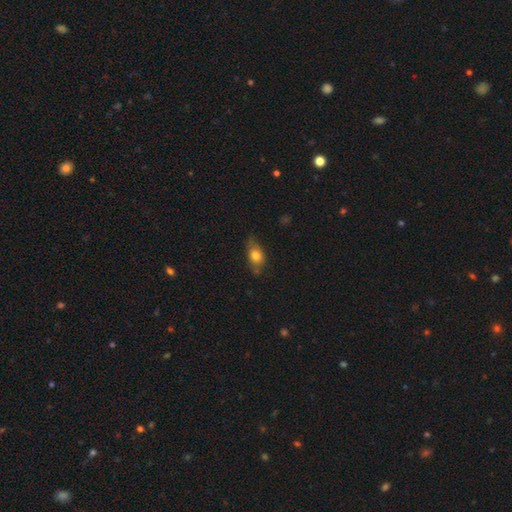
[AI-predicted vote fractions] This is likely a smooth galaxy (77%). How rounded: likely in between (72%). Merging: possibly none (57%).